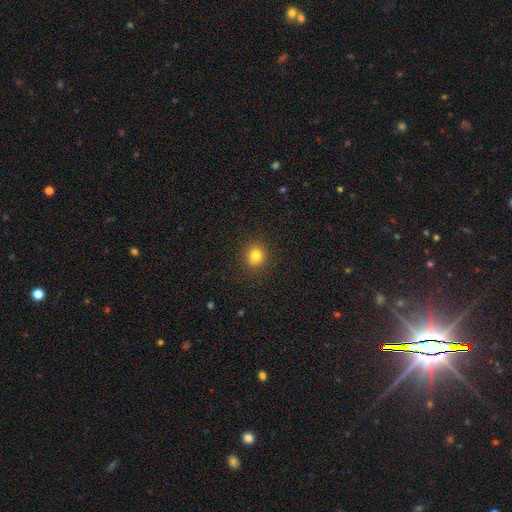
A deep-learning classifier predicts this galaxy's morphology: Smooth or featured? smooth (81%)
How rounded? round (82%)
Merging? none (89%)